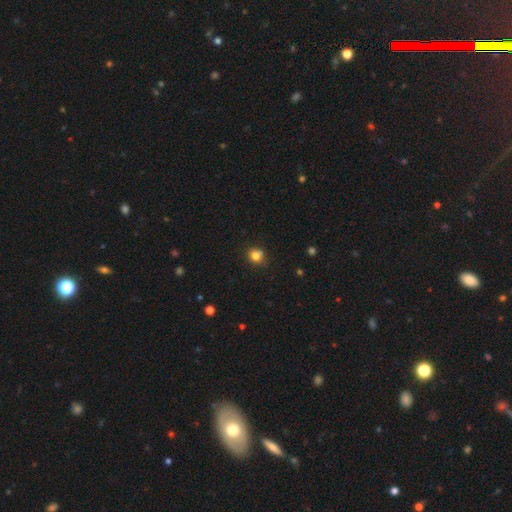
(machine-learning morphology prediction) smooth-or-featured: smooth: 80% | star or artifact: 13% | featured or disk: 7%
  how-rounded: round: 81% | in between: 18% | cigar-shaped: 1%
  merging: none: 67% | minor disturbance: 15% | merger: 14% | major disturbance: 4%